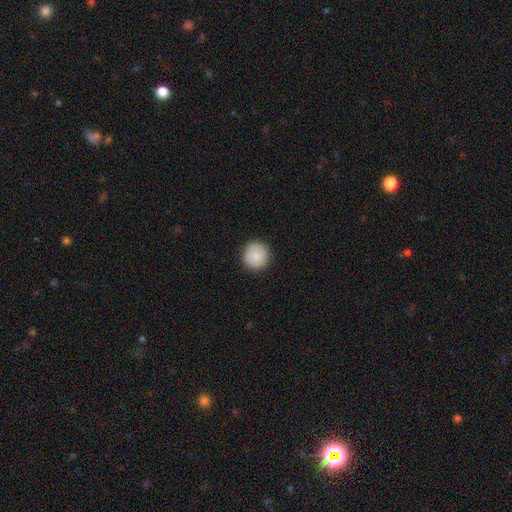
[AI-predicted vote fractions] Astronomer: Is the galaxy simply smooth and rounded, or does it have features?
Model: smooth — 84%.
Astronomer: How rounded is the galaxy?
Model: round — 95%.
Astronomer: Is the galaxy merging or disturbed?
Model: none — 90%.